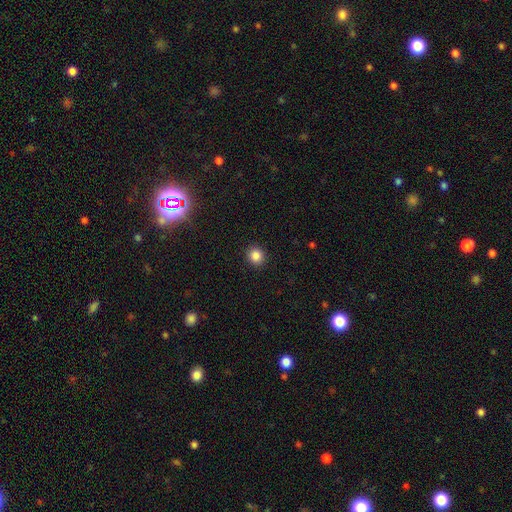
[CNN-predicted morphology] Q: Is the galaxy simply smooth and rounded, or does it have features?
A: smooth — 85%.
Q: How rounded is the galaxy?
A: round — 89%.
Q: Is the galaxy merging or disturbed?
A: none — 92%.